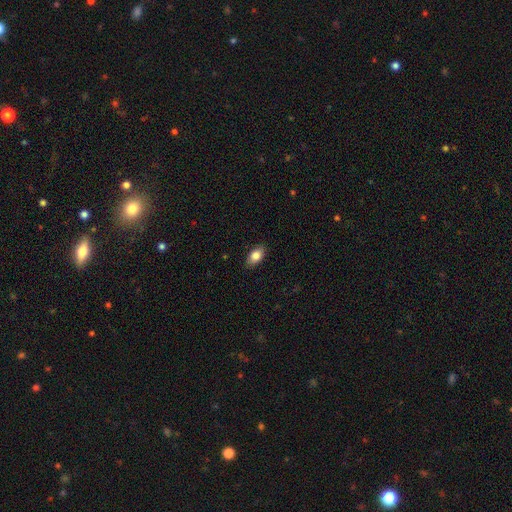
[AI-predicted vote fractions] smooth_or_featured: smooth (p=0.83) [alt: featured or disk p=0.09]
how_rounded: in between (p=0.90) [alt: round p=0.07]
merging: none (p=0.87) [alt: minor disturbance p=0.10]